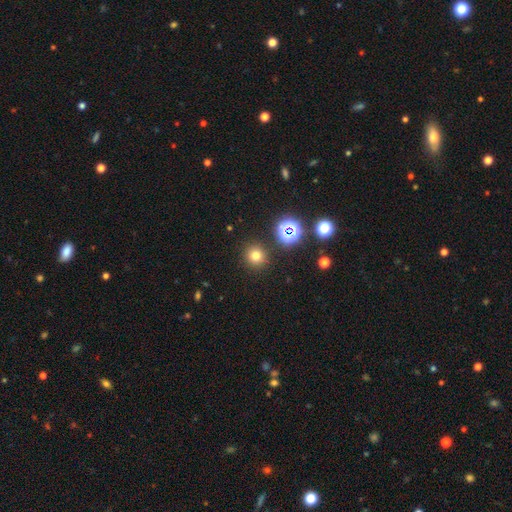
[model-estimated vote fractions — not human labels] Smooth or featured? smooth (72%)
How rounded? round (94%)
Merging? none (90%)